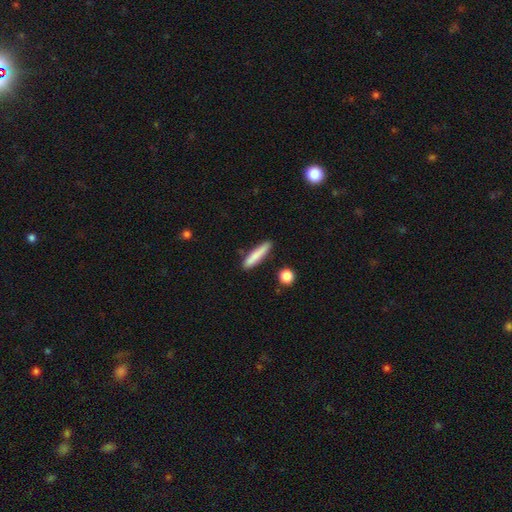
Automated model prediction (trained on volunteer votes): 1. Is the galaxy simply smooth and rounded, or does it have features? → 81% smooth, 13% featured or disk, 6% star or artifact.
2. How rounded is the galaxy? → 87% cigar-shaped, 12% in between, 2% round.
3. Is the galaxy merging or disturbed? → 85% none, 10% minor disturbance, 3% merger, 2% major disturbance.